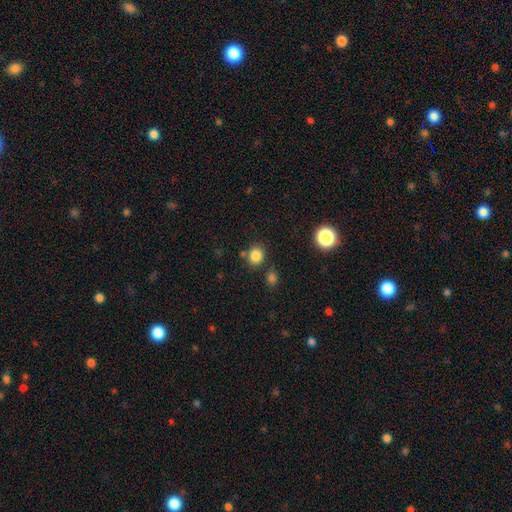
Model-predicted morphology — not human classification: Q: Smooth or featured?
A: smooth (84%); runner-up: star or artifact (12%)
Q: How rounded?
A: round (79%); runner-up: in between (20%)
Q: Merging?
A: none (76%); runner-up: minor disturbance (10%)